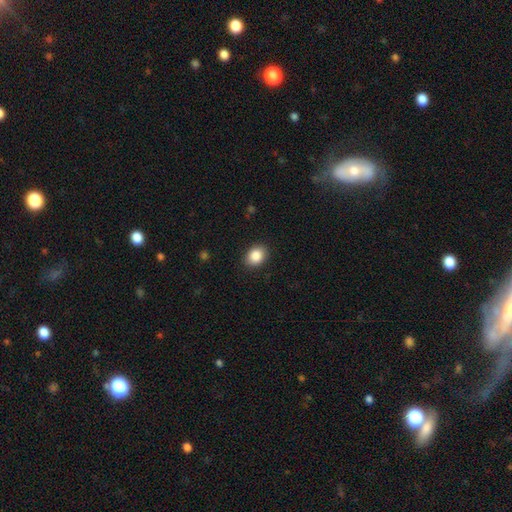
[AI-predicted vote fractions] A smooth galaxy with no disk features (87%) that is in between round and cigar-shaped (59%).

Vote fractions:
- Smooth or featured? smooth: 87% / star or artifact: 8% / featured or disk: 5%
- How rounded? in between: 59% / round: 40% / cigar-shaped: 1%
- Merging? none: 89% / minor disturbance: 8% / major disturbance: 2% / merger: 1%